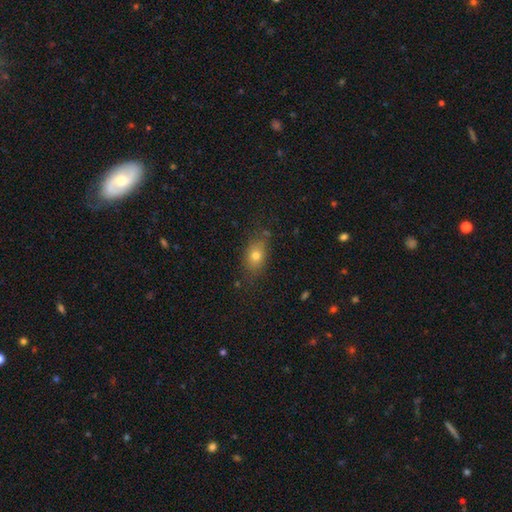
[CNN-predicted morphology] This appears to be a smooth galaxy with no disk features (74%) that is in between round and cigar-shaped (72%). Merging: none (75%).